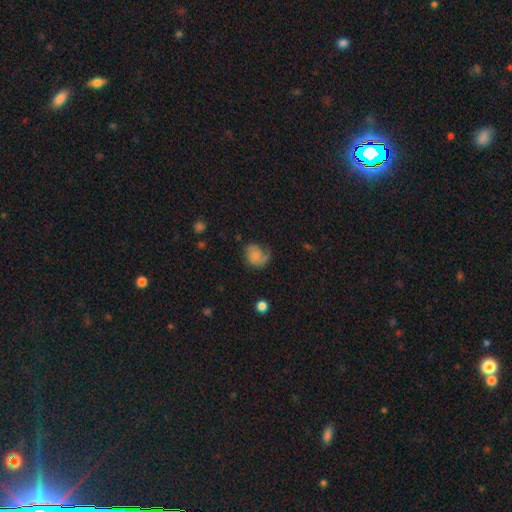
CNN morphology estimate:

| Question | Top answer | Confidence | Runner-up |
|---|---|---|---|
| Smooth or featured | smooth | 52% | featured or disk (38%) |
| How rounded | round | 55% | in between (44%) |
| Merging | none | 45% | minor disturbance (28%) |